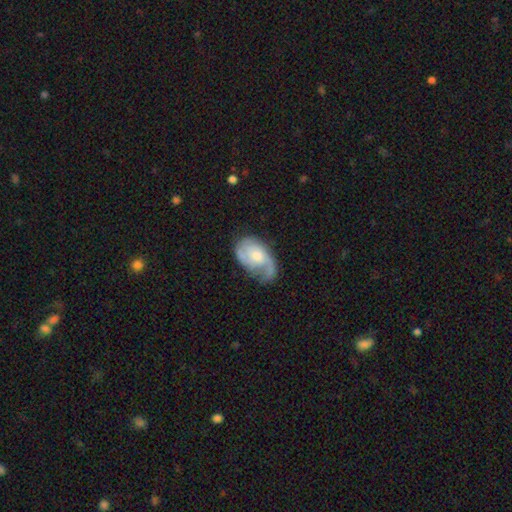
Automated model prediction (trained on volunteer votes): Overall: featured or disk (73%). Edge-on disk: no (97%). Bar: no (69%). Spiral arms: yes (91%). Spiral arm count: 2 (52%; 1 23%). Spiral winding: medium (43%; tight 30%). Bulge size: moderate (53%; small 34%). Merging: none (52%; minor disturbance 28%).